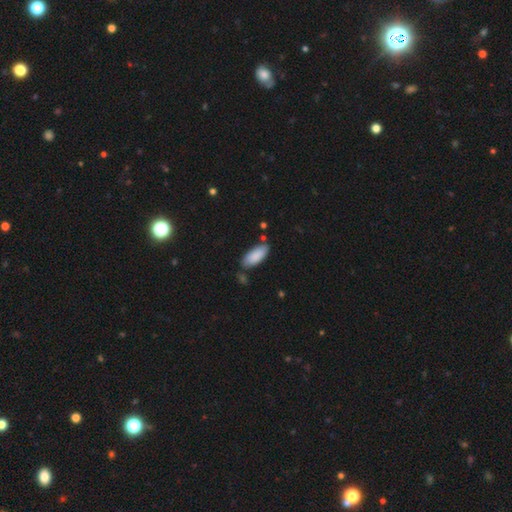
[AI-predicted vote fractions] Q: Smooth or featured?
A: smooth (88%); runner-up: featured or disk (6%)
Q: How rounded?
A: in between (85%); runner-up: cigar-shaped (14%)
Q: Merging?
A: none (73%); runner-up: minor disturbance (17%)